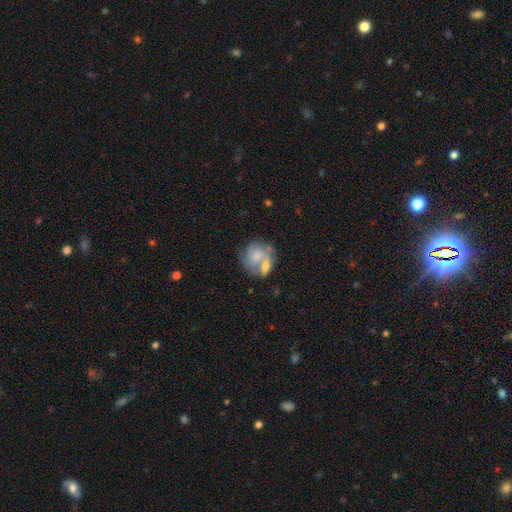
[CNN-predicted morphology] Smooth or featured? Predicted: featured or disk (p=0.47). Merging? Predicted: merger (p=0.51).